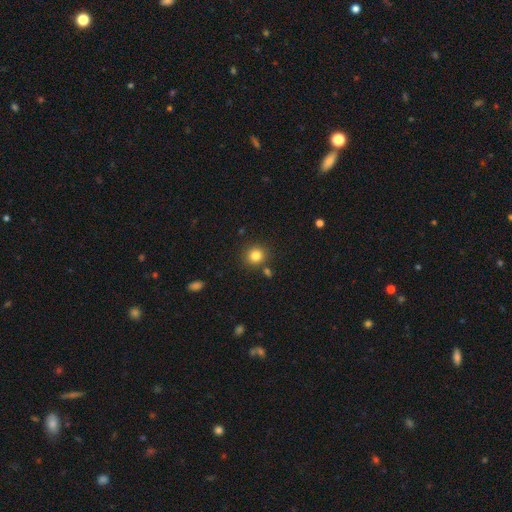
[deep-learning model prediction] A smooth galaxy with no disk features (82%) that is round (89%).

Vote fractions:
- Smooth or featured? smooth: 82% / star or artifact: 12% / featured or disk: 6%
- How rounded? round: 89% / in between: 10% / cigar-shaped: 1%
- Merging? none: 83% / minor disturbance: 8% / merger: 6% / major disturbance: 3%